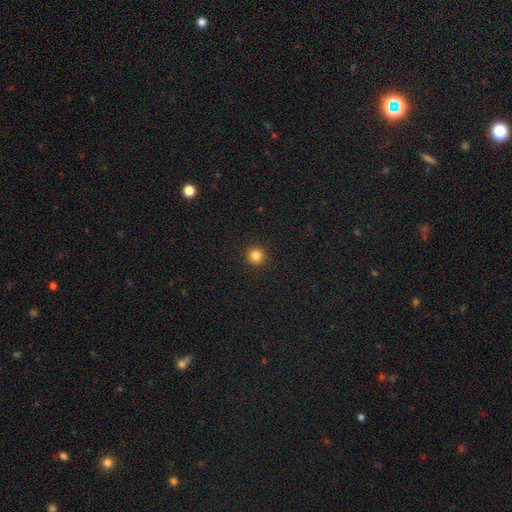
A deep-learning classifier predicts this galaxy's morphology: smooth_or_featured: smooth (p=0.84) [alt: star or artifact p=0.12]
how_rounded: round (p=0.95) [alt: in between p=0.04]
merging: none (p=0.93) [alt: minor disturbance p=0.04]